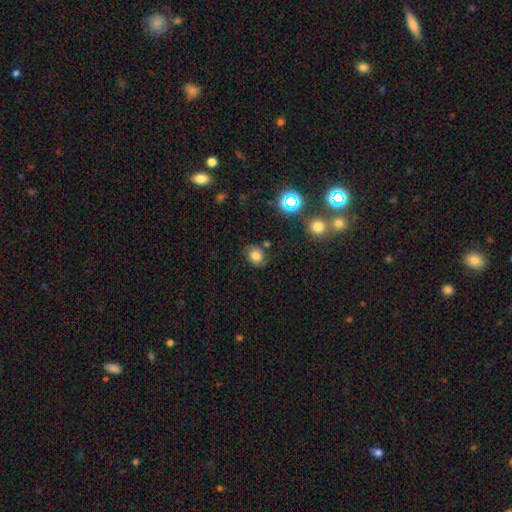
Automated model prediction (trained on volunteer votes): Smooth or featured: smooth — 72% (star or artifact — 16%)
How rounded: round — 63% (in between — 36%)
Merging: none — 73% (minor disturbance — 17%)